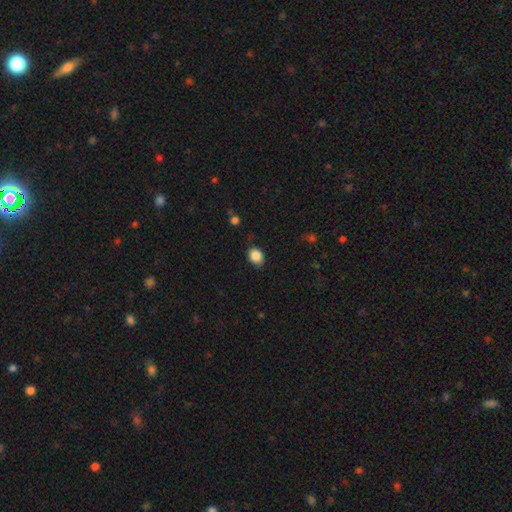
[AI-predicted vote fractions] Morphology: type=smooth (87%); roundness=in between (58%); merging=none (77%).